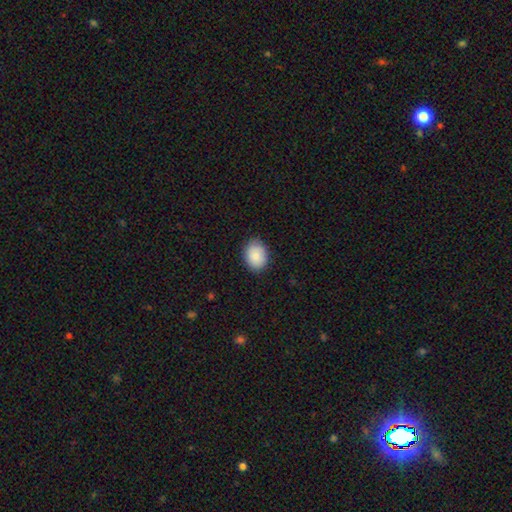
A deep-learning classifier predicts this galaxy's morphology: This appears to be a smooth galaxy with no disk features (87%) that is in between round and cigar-shaped (64%). Merging: none (85%).